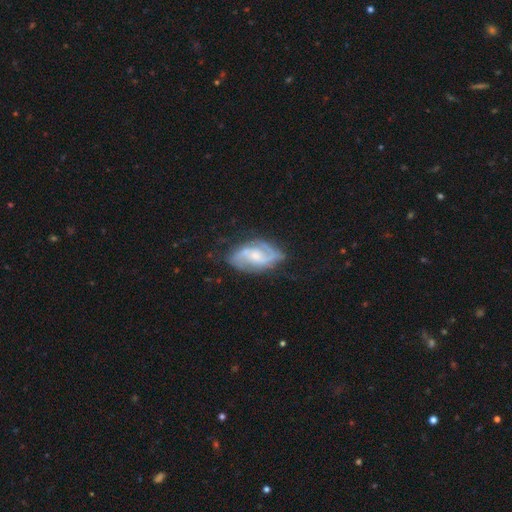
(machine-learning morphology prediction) Smooth or featured? featured or disk (84%)
Edge-on disk? no (97%)
Bar? weak (45%)
Spiral arms? yes (96%)
Spiral winding? medium (51%)
Spiral arm count? 2 (82%)
Bulge size? small (47%)
Merging? none (71%)